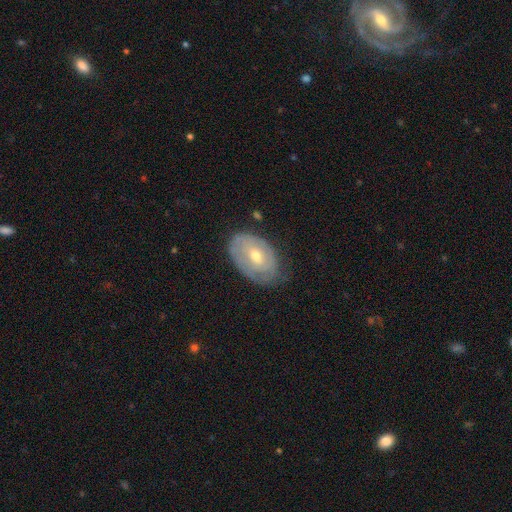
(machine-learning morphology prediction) Smooth or featured? featured or disk (60%)
Edge-on disk? no (93%)
Bar? no (62%)
Spiral arms? yes (59%)
Bulge size? moderate (53%)
Merging? none (64%)